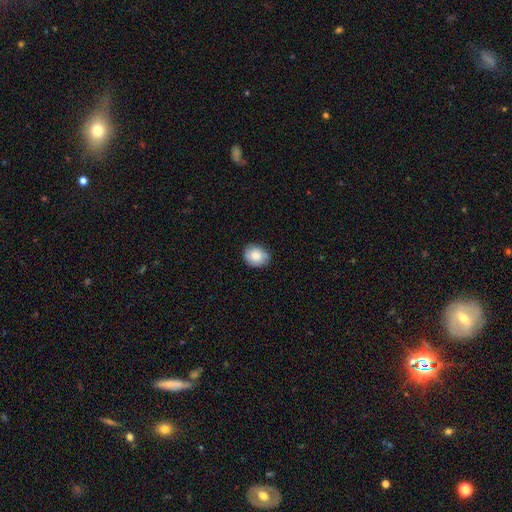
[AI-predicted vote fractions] Q: Smooth or featured?
A: smooth (80%); runner-up: featured or disk (12%)
Q: How rounded?
A: round (66%); runner-up: in between (33%)
Q: Merging?
A: none (72%); runner-up: minor disturbance (22%)